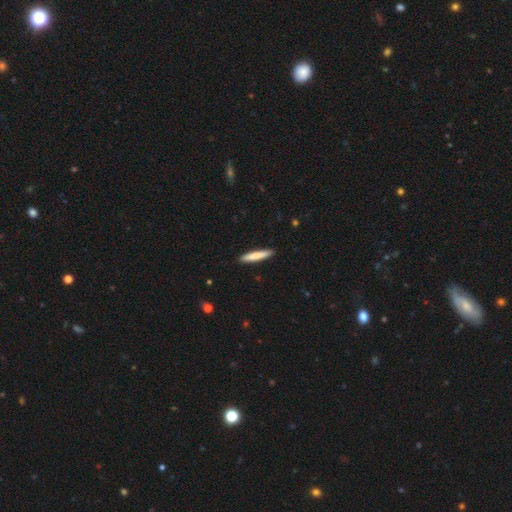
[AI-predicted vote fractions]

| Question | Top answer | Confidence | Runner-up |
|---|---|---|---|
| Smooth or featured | smooth | 80% | featured or disk (15%) |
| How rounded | cigar-shaped | 93% | in between (6%) |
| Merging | none | 91% | minor disturbance (7%) |